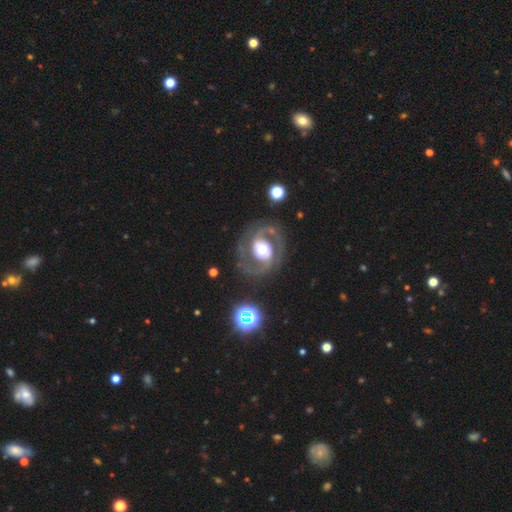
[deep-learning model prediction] featured or disk 82%, smooth 11%, star or artifact 7%. Down the decision tree: edge-on disk — no (97%); bar — no (42%); spiral arms — yes (85%); spiral arm count — 2 (88%); spiral winding — medium (50%); bulge size — moderate (54%); merging — none (80%).